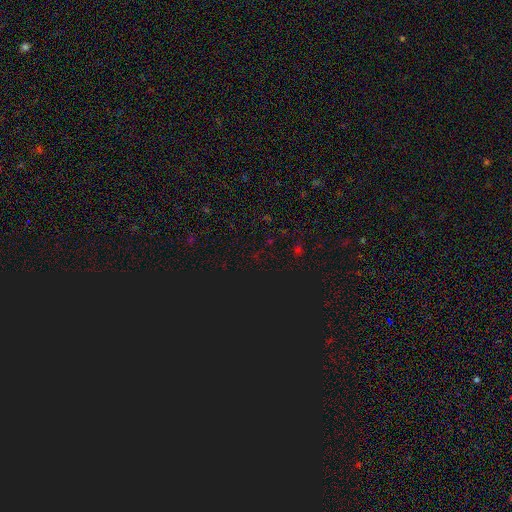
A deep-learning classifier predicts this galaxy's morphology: Smooth or featured?
  - star or artifact: 75% *
  - smooth: 18%
  - featured or disk: 7%